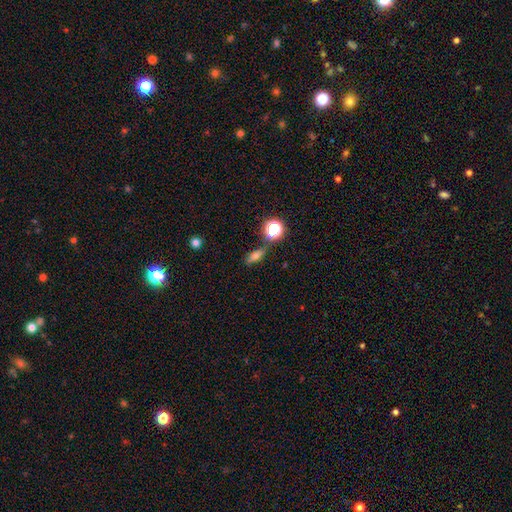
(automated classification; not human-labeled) Smooth or featured? smooth (65%)
How rounded? in between (56%)
Merging? none (72%)